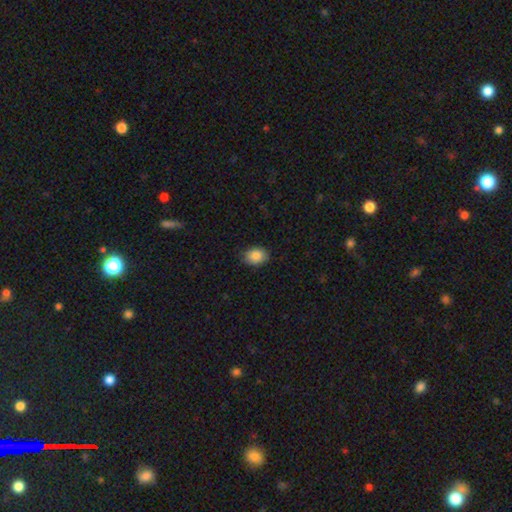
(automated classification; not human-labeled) This is clearly a smooth galaxy (87%). How rounded: likely in between (67%). Merging: clearly none (86%).